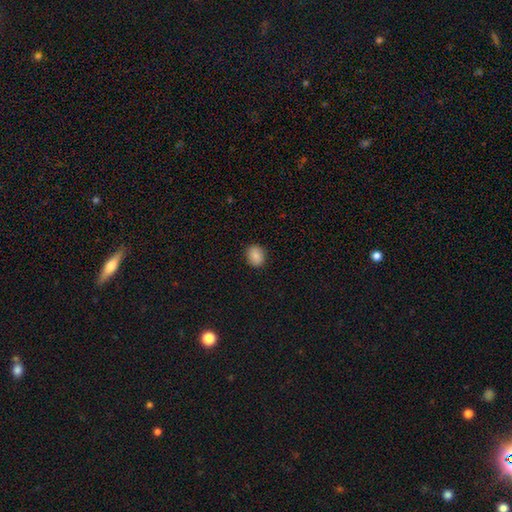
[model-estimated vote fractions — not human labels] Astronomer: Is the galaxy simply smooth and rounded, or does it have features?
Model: smooth — 85%.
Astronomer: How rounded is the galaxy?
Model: round — 57% (runner-up: in between, 42%).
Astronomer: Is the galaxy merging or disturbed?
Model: none — 89%.